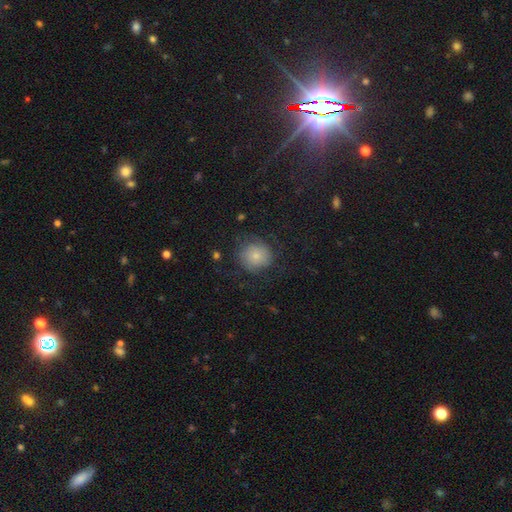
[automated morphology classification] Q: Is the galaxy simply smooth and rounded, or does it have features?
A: smooth — 64%.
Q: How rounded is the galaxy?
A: round — 89%.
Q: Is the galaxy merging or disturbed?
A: none — 66%.